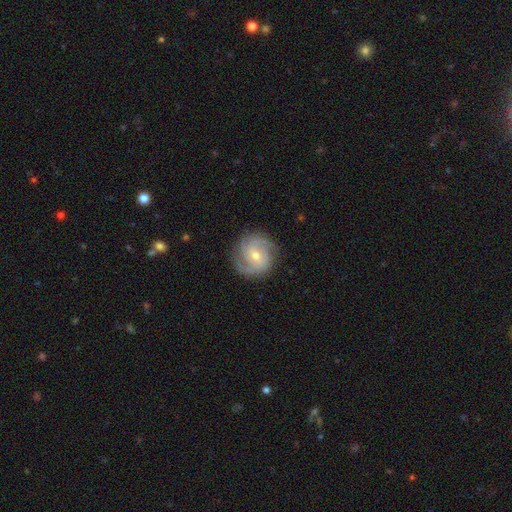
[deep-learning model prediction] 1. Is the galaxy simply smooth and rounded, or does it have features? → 83% featured or disk, 11% smooth, 6% star or artifact.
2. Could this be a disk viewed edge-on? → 98% no, 2% yes.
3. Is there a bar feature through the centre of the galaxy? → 51% no, 39% weak, 10% strong.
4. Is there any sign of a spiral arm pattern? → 96% yes, 4% no.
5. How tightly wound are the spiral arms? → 55% tight, 37% medium, 9% loose.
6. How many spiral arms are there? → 42% 2, 28% 3, 15% can't tell, 6% 4, 4% 1, 4% more than 4.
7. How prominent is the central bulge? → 51% moderate, 46% small, 1% large, 1% none, 1% dominant.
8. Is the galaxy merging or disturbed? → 83% none, 12% minor disturbance, 4% major disturbance, 1% merger.